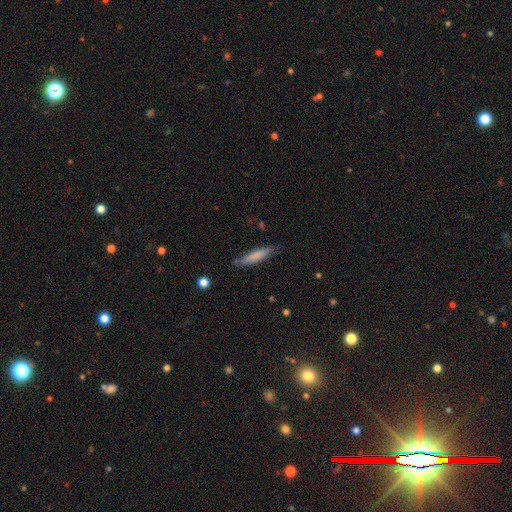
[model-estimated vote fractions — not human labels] smooth_or_featured: smooth (p=0.75) [alt: featured or disk p=0.19]
how_rounded: cigar-shaped (p=0.89) [alt: in between p=0.10]
merging: none (p=0.80) [alt: minor disturbance p=0.15]